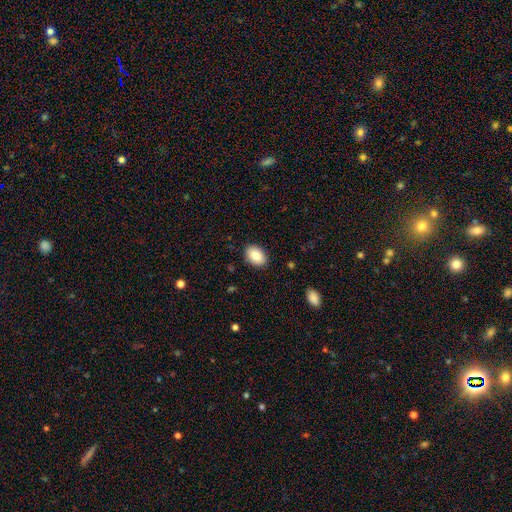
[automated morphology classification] smooth-or-featured: smooth: 85% | featured or disk: 8% | star or artifact: 7%
  how-rounded: in between: 83% | round: 16% | cigar-shaped: 1%
  merging: none: 88% | minor disturbance: 9% | major disturbance: 2% | merger: 1%